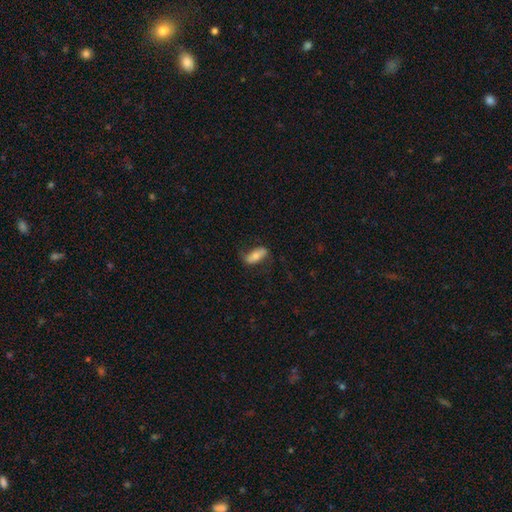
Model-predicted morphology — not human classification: smooth-or-featured: smooth: 58% | featured or disk: 35% | star or artifact: 7%
  how-rounded: in between: 75% | cigar-shaped: 22% | round: 3%
  merging: none: 68% | minor disturbance: 22% | major disturbance: 9% | merger: 1%